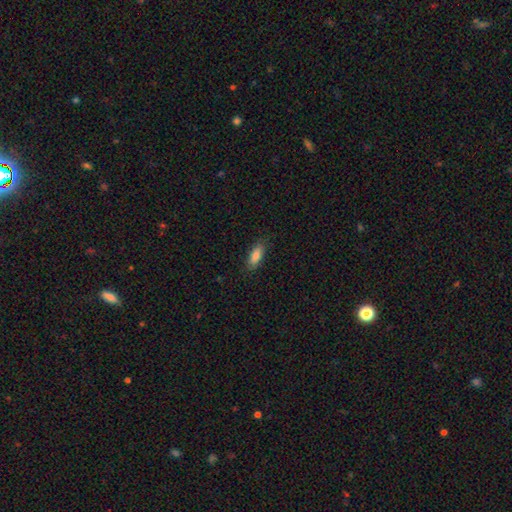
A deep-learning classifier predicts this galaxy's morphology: smooth-or-featured: smooth: 84% | featured or disk: 9% | star or artifact: 7%
  how-rounded: in between: 76% | cigar-shaped: 21% | round: 2%
  merging: none: 84% | minor disturbance: 13% | major disturbance: 3% | merger: 1%